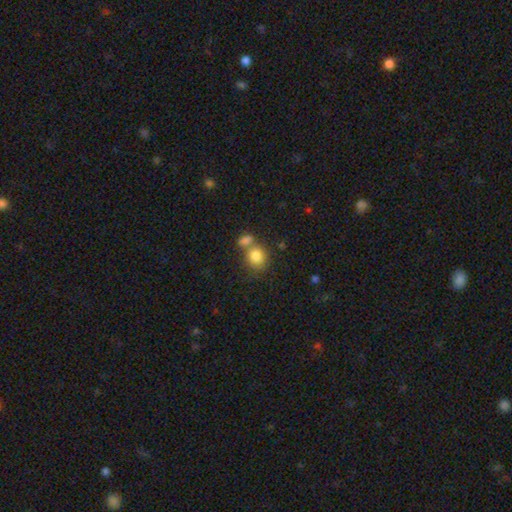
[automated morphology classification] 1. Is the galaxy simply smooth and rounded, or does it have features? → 83% smooth, 9% star or artifact, 8% featured or disk.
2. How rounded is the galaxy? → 73% round, 26% in between, 1% cigar-shaped.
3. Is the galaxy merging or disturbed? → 48% none, 38% merger, 10% minor disturbance, 4% major disturbance.